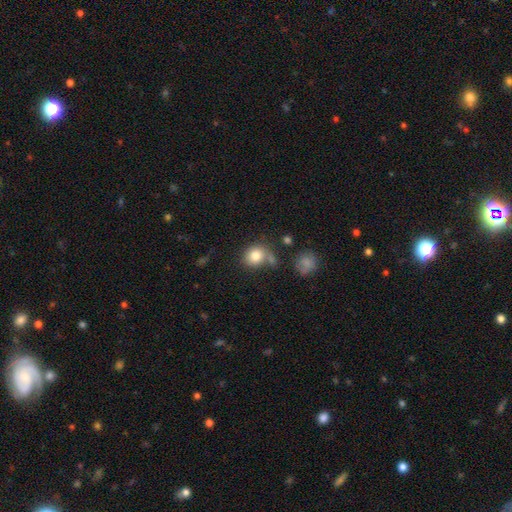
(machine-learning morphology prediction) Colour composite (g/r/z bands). It shows a smooth galaxy with no disk features (81%) that is round (72%). Merging: none (59%).